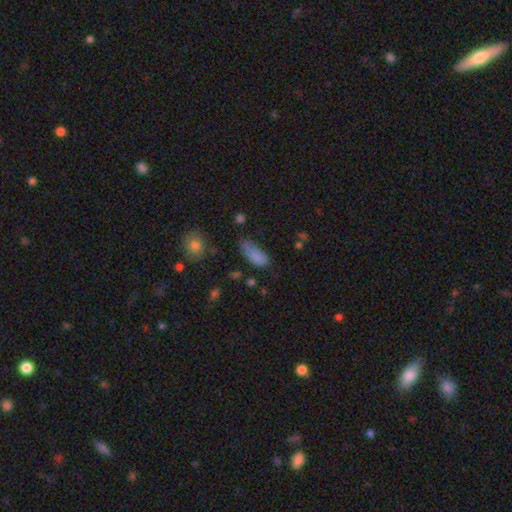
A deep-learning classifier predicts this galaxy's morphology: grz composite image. It shows a smooth galaxy with no disk features (83%) that is in between round and cigar-shaped (79%). Merging: none (48%).